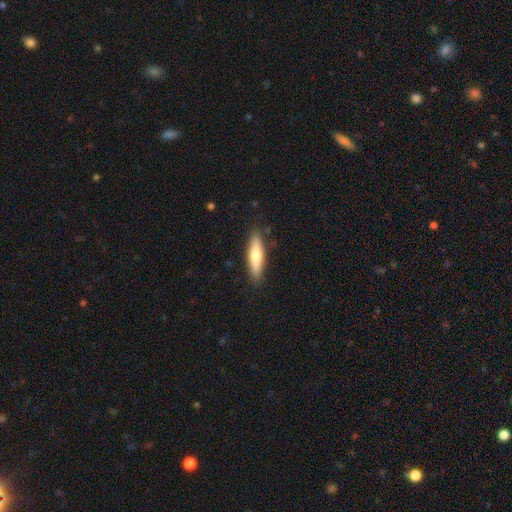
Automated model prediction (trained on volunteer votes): This is likely a smooth galaxy (67%). How rounded: likely cigar-shaped (79%). Merging: clearly none (87%).